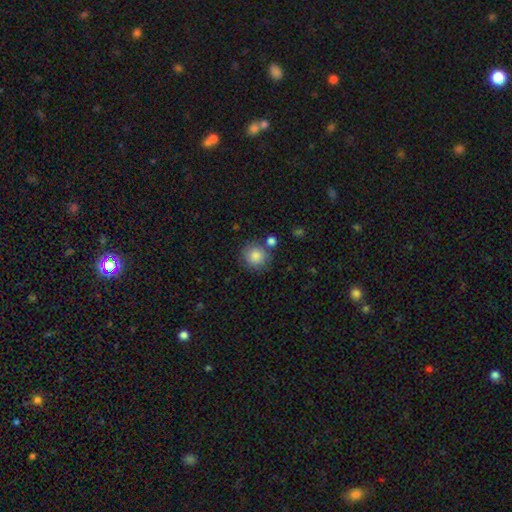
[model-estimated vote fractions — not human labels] smooth_or_featured: smooth (p=0.85) [alt: star or artifact p=0.09]
how_rounded: round (p=0.92) [alt: in between p=0.07]
merging: none (p=0.75) [alt: merger p=0.11]